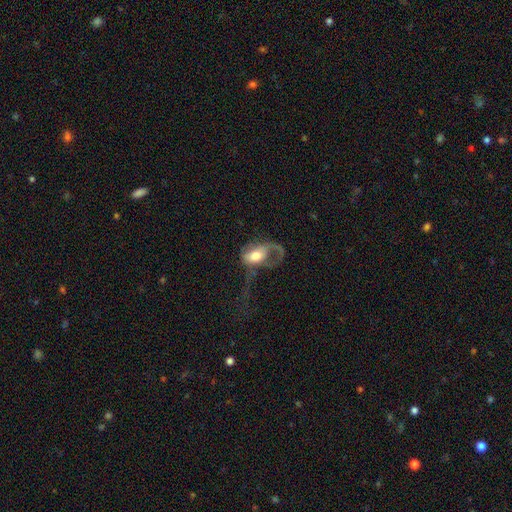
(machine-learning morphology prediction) Smooth or featured? featured or disk (49%)
Merging? major disturbance (67%)